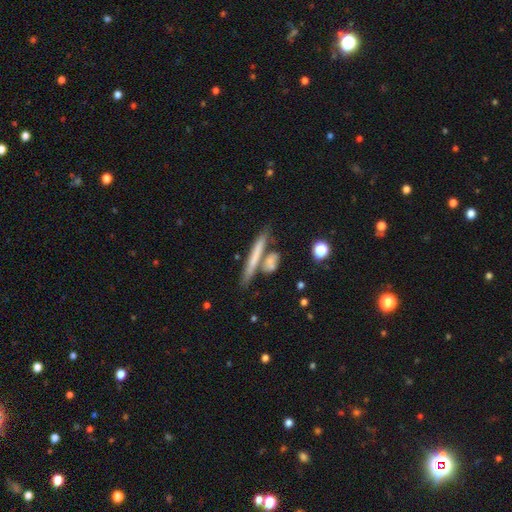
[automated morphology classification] This appears to be a smooth galaxy with no disk features (59%) that is cigar-shaped (88%). Merging: none (64%).